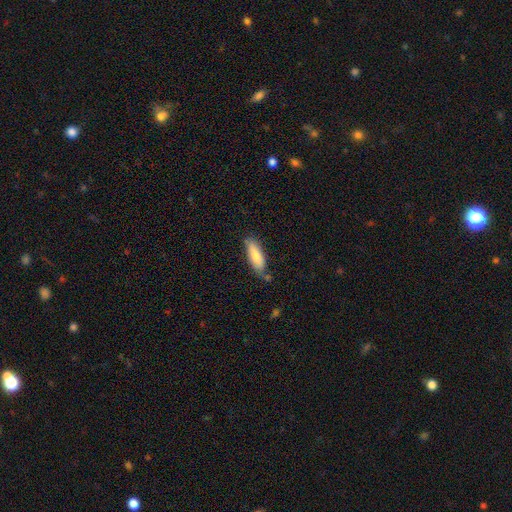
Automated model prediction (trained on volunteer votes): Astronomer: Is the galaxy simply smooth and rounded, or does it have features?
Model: smooth — 81%.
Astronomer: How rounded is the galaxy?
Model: in between — 56% (runner-up: cigar-shaped, 43%).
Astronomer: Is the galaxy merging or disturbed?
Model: none — 69%.